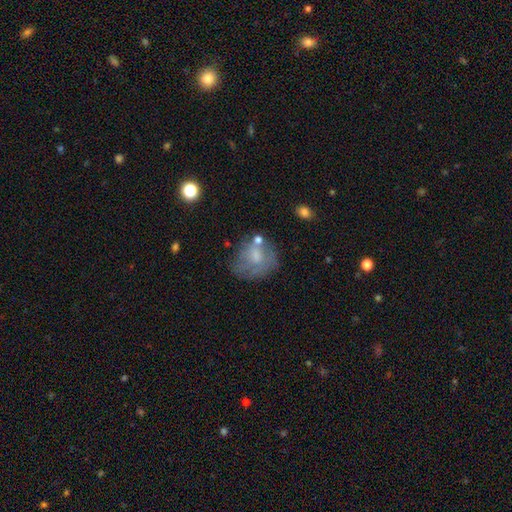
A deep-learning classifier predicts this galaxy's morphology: A smooth galaxy with no disk features (55%) that is round (61%).

Vote fractions:
- Smooth or featured? smooth: 55% / featured or disk: 35% / star or artifact: 10%
- How rounded? round: 61% / in between: 37% / cigar-shaped: 1%
- Merging? none: 44% / minor disturbance: 25% / major disturbance: 22% / merger: 8%